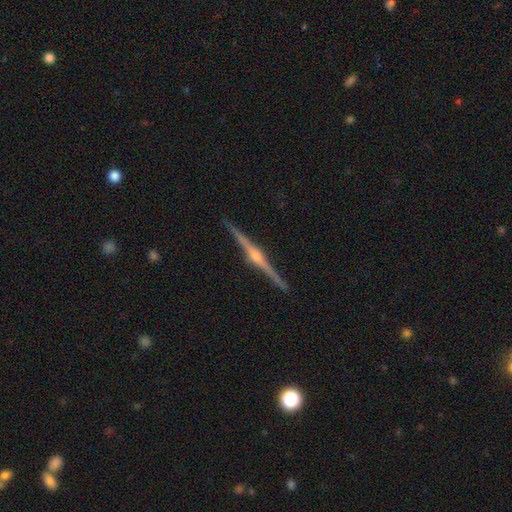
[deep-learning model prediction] This is clearly a featured or disk galaxy (90%). It is clearly viewed edge-on (99%). Edge-on bulge: clearly rounded (90%). Merging: clearly none (93%).